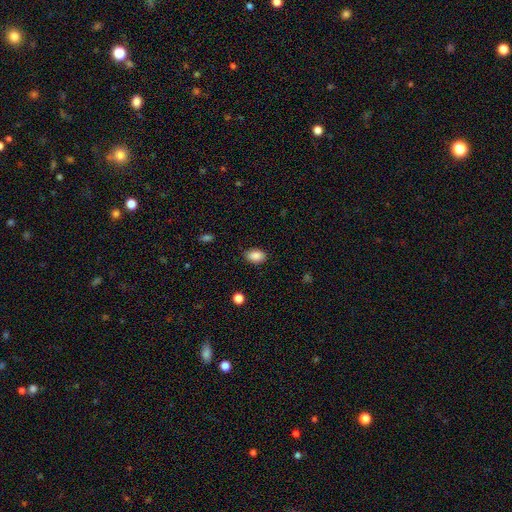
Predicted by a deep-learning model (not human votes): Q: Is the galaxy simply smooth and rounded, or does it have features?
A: smooth — 88%.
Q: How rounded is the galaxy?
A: in between — 85%.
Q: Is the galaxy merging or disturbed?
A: none — 86%.